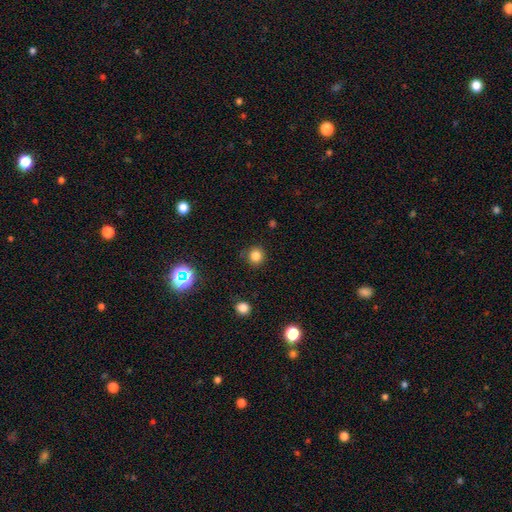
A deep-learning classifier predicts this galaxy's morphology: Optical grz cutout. It shows a smooth galaxy with no disk features (82%) that is round (93%). Merging: none (87%).